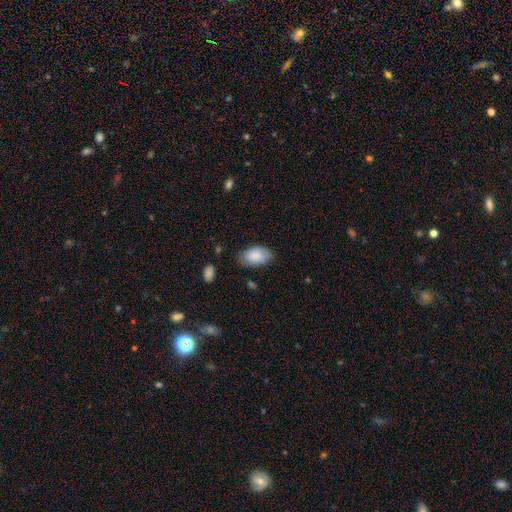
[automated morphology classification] A smooth galaxy with no disk features (85%) that is in between round and cigar-shaped (93%). Merging: none (73%).